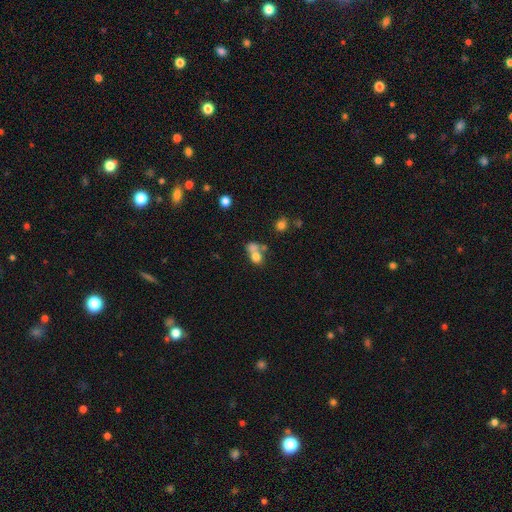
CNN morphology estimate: This appears to be a smooth galaxy with no disk features (71%) that is round (63%). Merging: merger (54%).